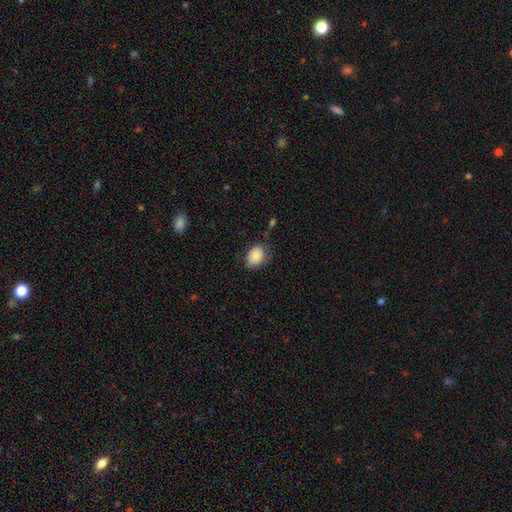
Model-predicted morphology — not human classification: A smooth galaxy with no disk features (84%) that is in between round and cigar-shaped (72%).

Vote fractions:
- Smooth or featured? smooth: 84% / featured or disk: 9% / star or artifact: 7%
- How rounded? in between: 72% / round: 27% / cigar-shaped: 1%
- Merging? none: 69% / minor disturbance: 23% / major disturbance: 6% / merger: 2%